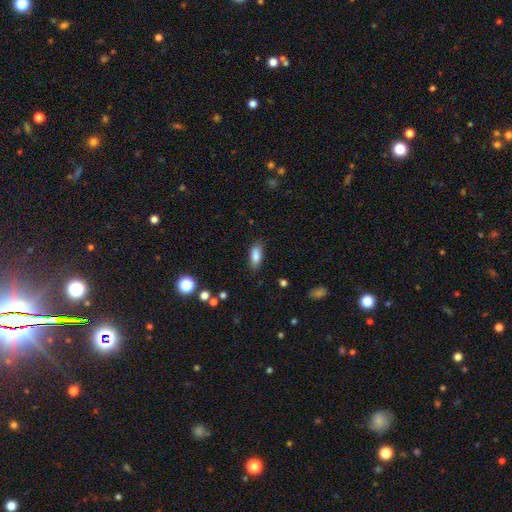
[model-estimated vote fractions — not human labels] This appears to be a smooth galaxy with no disk features (86%) that is in between round and cigar-shaped (84%). Merging: none (82%).